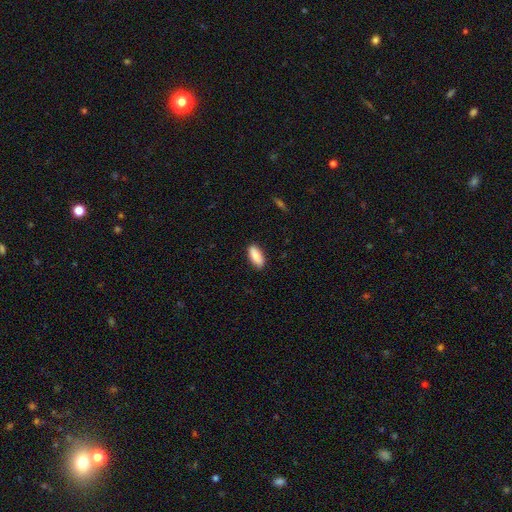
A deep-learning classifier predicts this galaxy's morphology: This is clearly a smooth galaxy (88%). How rounded: likely in between (78%). Merging: clearly none (89%).